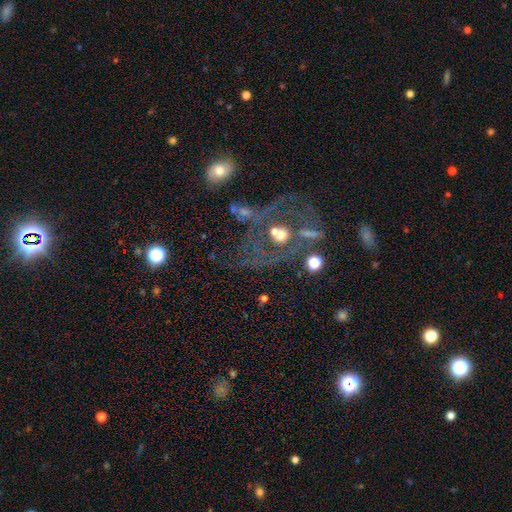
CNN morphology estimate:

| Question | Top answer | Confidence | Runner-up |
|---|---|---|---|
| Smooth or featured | featured or disk | 55% | star or artifact (28%) |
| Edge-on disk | no | 92% | yes (8%) |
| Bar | no | 64% | weak (24%) |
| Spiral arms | yes | 51% | no (49%) |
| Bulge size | moderate | 47% | small (35%) |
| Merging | none | 45% | major disturbance (20%) |